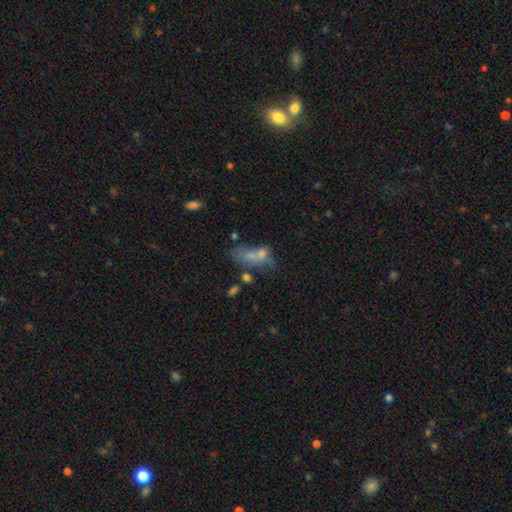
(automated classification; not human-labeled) smooth 56%, featured or disk 28%, star or artifact 16%. Down the decision tree: how rounded — in between (75%); merging — merger (33%).